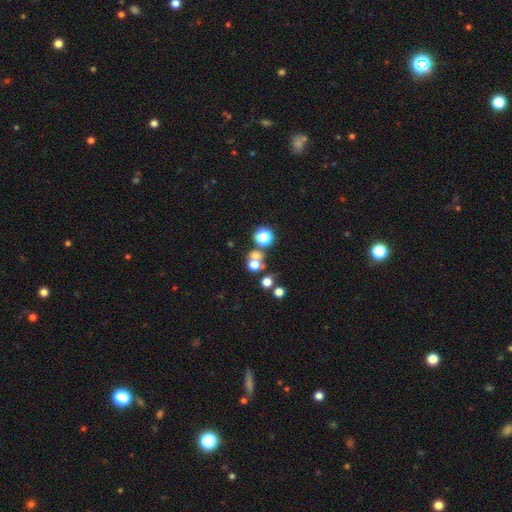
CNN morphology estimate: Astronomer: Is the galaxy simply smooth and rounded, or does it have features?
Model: smooth — 57%.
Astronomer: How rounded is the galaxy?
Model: round — 81%.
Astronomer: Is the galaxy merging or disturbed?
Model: none — 50% (runner-up: merger, 37%).